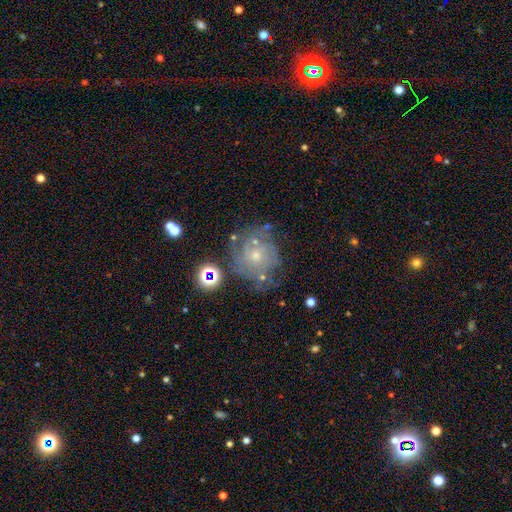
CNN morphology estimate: Smooth or featured? featured or disk (67%)
Edge-on disk? no (97%)
Bar? no (82%)
Spiral arms? yes (84%)
Spiral winding? tight (65%)
Spiral arm count? can't tell (50%)
Bulge size? small (62%)
Merging? none (64%)